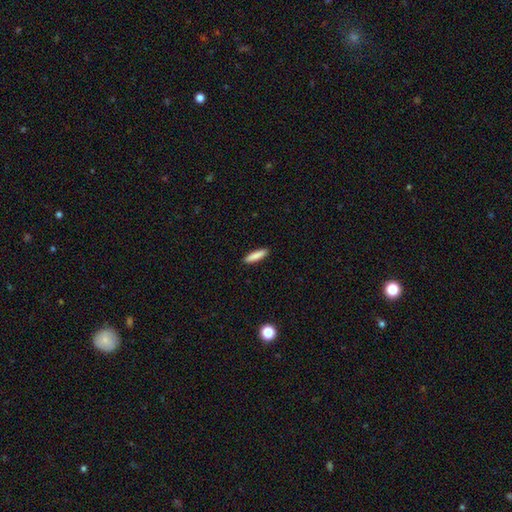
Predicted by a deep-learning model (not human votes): This is clearly a smooth galaxy (87%). How rounded: likely cigar-shaped (78%). Merging: clearly none (91%).